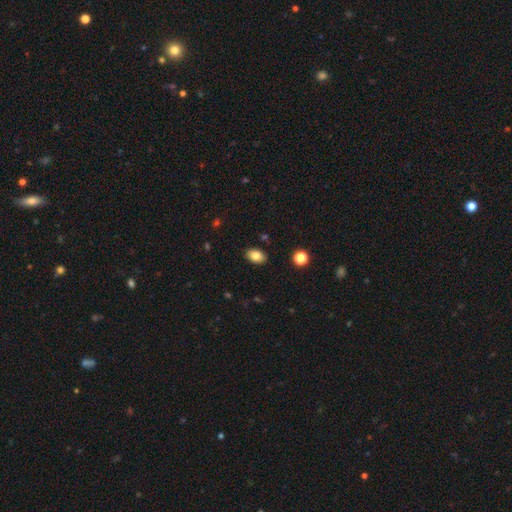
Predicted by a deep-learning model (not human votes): smooth-or-featured: smooth: 83% | star or artifact: 9% | featured or disk: 8%
  how-rounded: in between: 86% | round: 13% | cigar-shaped: 1%
  merging: none: 87% | minor disturbance: 9% | major disturbance: 2% | merger: 2%